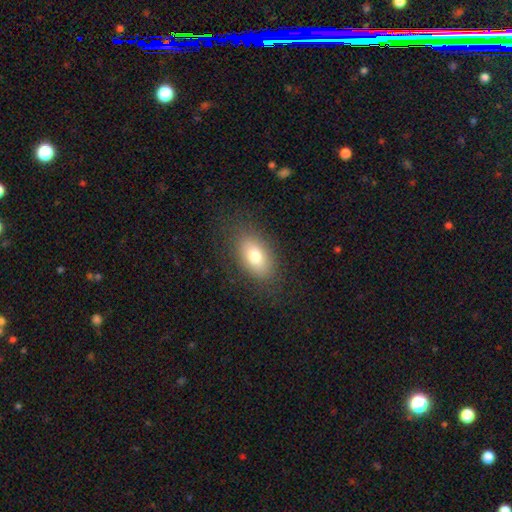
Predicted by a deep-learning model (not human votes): Overall: smooth (73%). How rounded: in between (88%). Merging: none (86%).